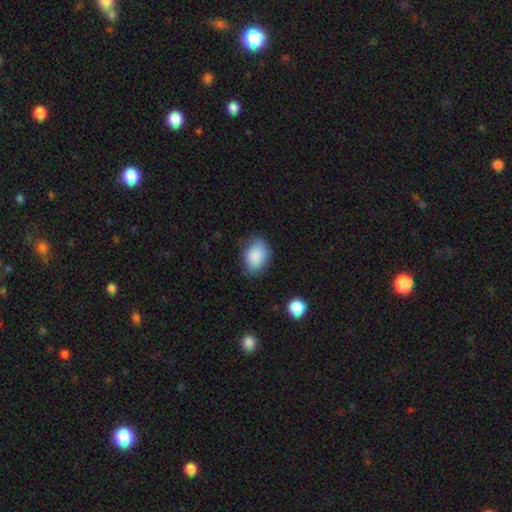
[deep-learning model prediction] This appears to be a smooth galaxy with no disk features (86%) that is in between round and cigar-shaped (78%). Merging: none (73%).